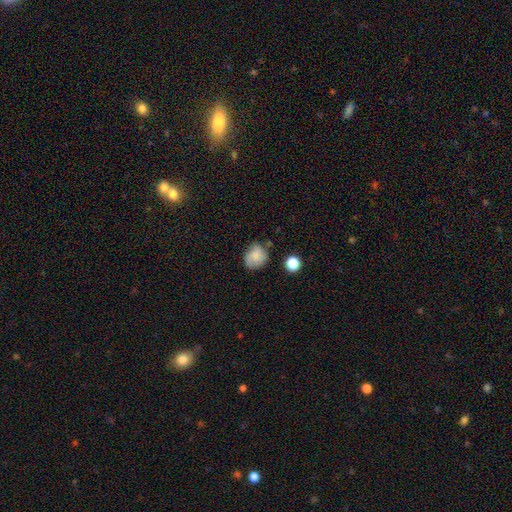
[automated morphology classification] smooth 75%, featured or disk 15%, star or artifact 10%. Down the decision tree: how rounded — round (63%); merging — none (57%).